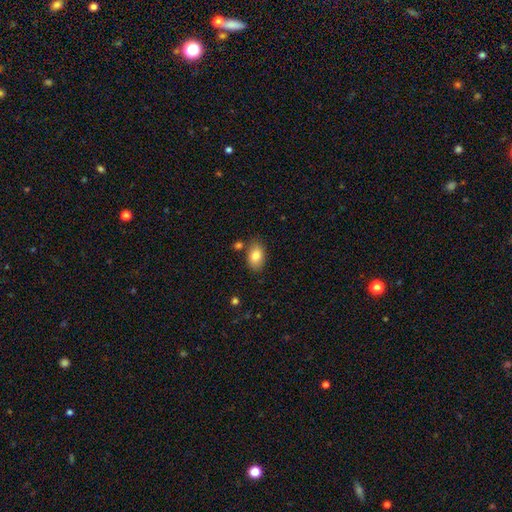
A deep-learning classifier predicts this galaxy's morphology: Smooth or featured: smooth — 82% (featured or disk — 10%)
How rounded: in between — 88% (round — 11%)
Merging: none — 77% (minor disturbance — 13%)